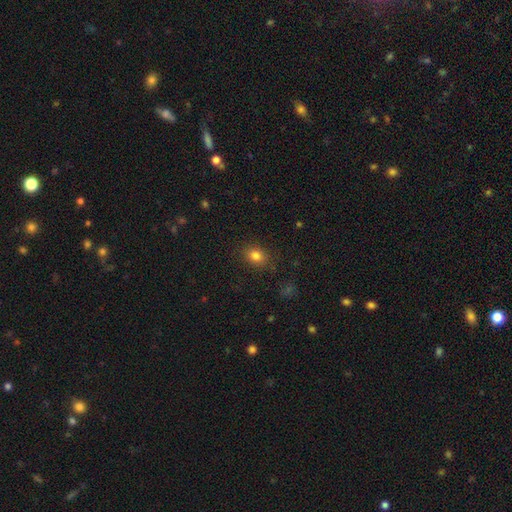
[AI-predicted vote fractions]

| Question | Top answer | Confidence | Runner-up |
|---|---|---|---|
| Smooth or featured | smooth | 81% | star or artifact (12%) |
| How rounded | in between | 58% | round (41%) |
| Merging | none | 85% | minor disturbance (11%) |